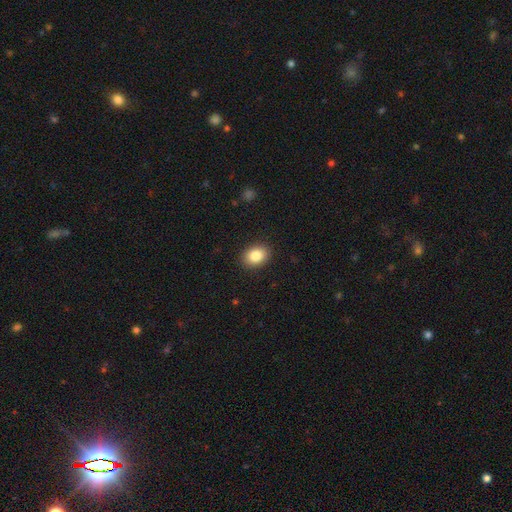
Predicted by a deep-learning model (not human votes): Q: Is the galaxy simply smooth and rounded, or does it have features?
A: smooth — 86%.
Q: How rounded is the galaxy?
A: in between — 70%.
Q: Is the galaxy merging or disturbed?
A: none — 90%.